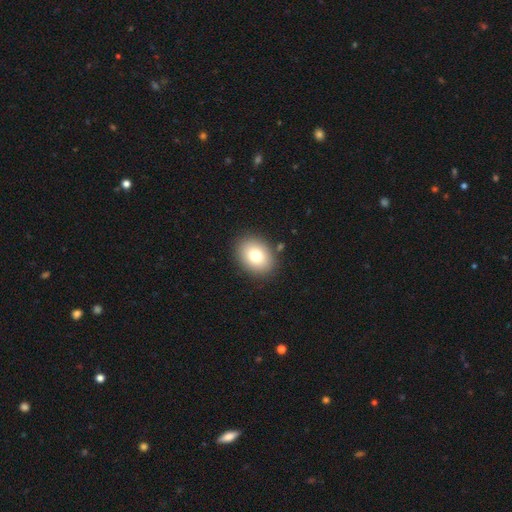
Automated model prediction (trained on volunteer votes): smooth-or-featured: smooth: 79% | featured or disk: 12% | star or artifact: 9%
  how-rounded: in between: 64% | round: 36% | cigar-shaped: 1%
  merging: none: 87% | minor disturbance: 8% | major disturbance: 2% | merger: 2%